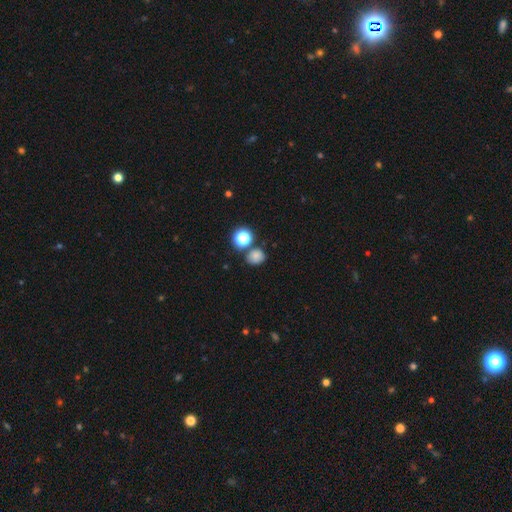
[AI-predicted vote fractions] Q: Smooth or featured?
A: smooth (75%); runner-up: star or artifact (18%)
Q: How rounded?
A: round (72%); runner-up: in between (27%)
Q: Merging?
A: none (71%); runner-up: merger (13%)